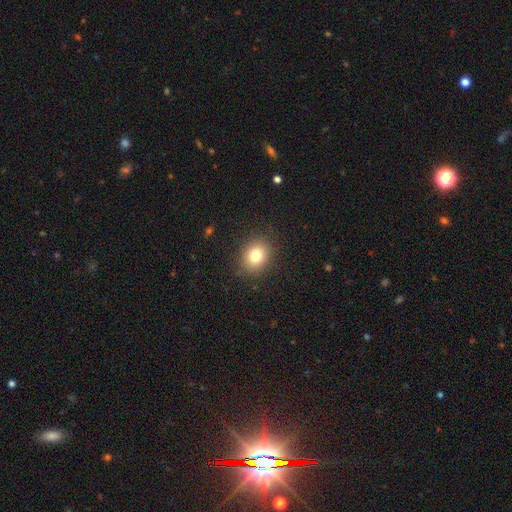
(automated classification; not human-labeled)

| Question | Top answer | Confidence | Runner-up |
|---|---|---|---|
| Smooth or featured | smooth | 80% | star or artifact (11%) |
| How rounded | round | 62% | in between (37%) |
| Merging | none | 88% | minor disturbance (8%) |